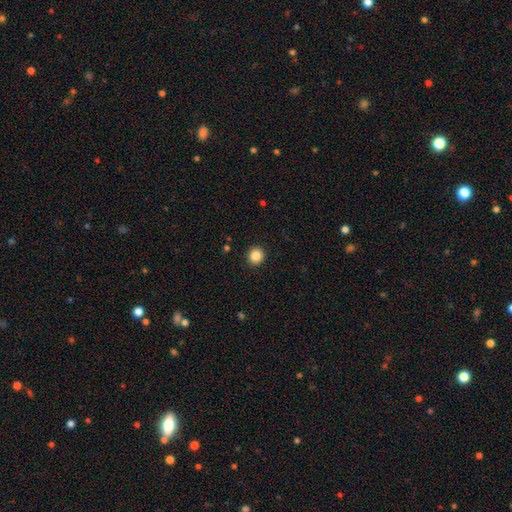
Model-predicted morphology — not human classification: A smooth galaxy with no disk features (85%) that is round (92%). Merging: none (93%).